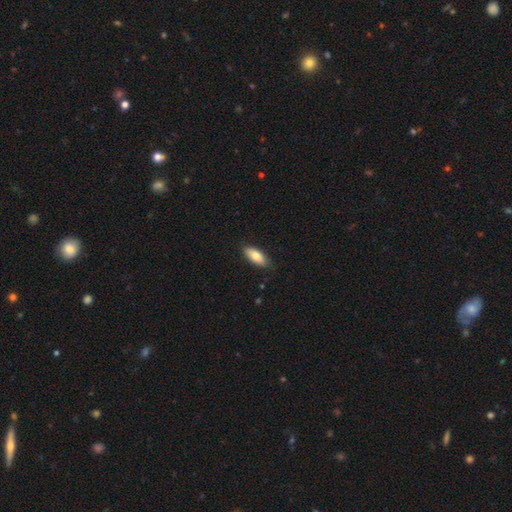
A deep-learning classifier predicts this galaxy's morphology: This appears to be a smooth galaxy with no disk features (77%) that is in between round and cigar-shaped (82%). Merging: none (83%).